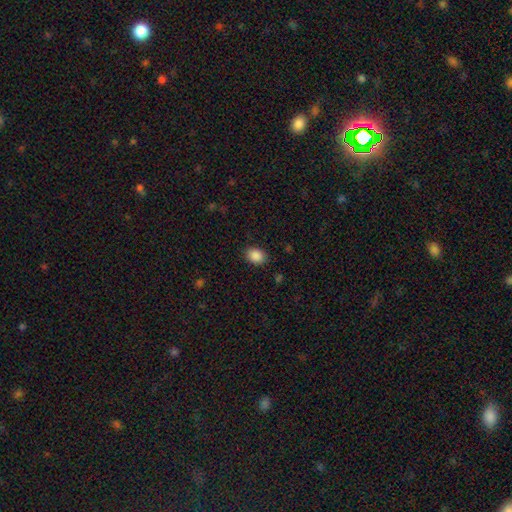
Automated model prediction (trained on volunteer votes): smooth-or-featured: smooth: 88% | star or artifact: 9% | featured or disk: 3%
  how-rounded: in between: 60% | round: 39% | cigar-shaped: 1%
  merging: none: 87% | minor disturbance: 9% | major disturbance: 3% | merger: 1%